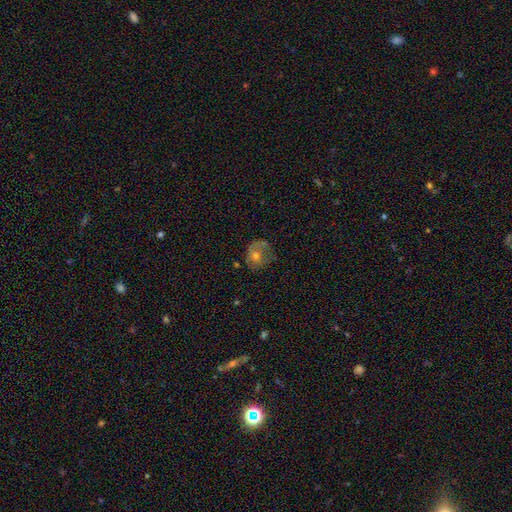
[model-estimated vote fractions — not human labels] This is possibly a smooth galaxy (46%). Merging: possibly none (48%).